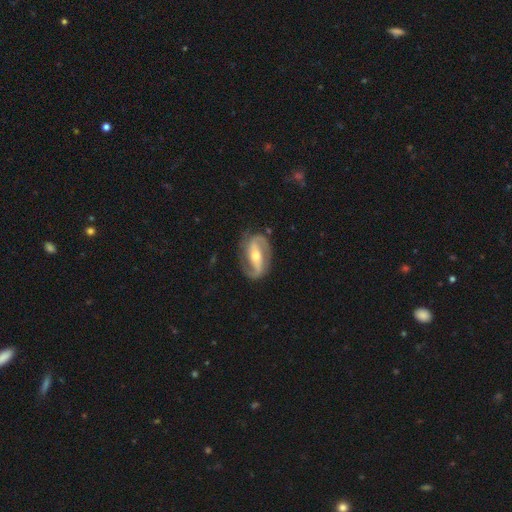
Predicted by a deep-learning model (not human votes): Smooth or featured? featured or disk (89%)
Edge-on disk? no (96%)
Bar? strong (54%)
Spiral arms? yes (96%)
Spiral winding? medium (48%)
Spiral arm count? 2 (91%)
Bulge size? moderate (62%)
Merging? none (79%)